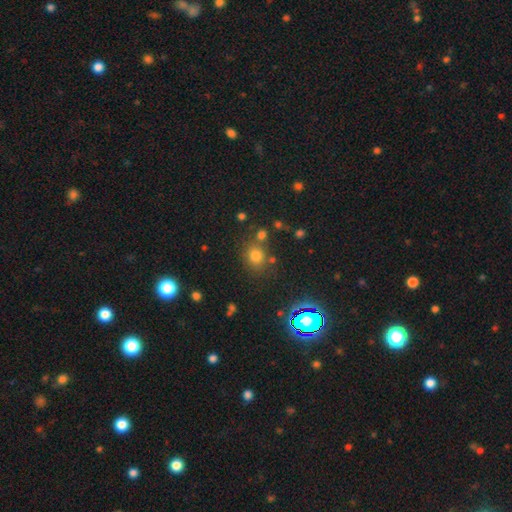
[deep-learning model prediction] Smooth or featured?
  - smooth: 69% *
  - star or artifact: 24%
  - featured or disk: 7%
How rounded?
  - round: 79% *
  - in between: 20%
  - cigar-shaped: 1%
Merging?
  - none: 73% *
  - minor disturbance: 11%
  - merger: 11%
  - major disturbance: 5%